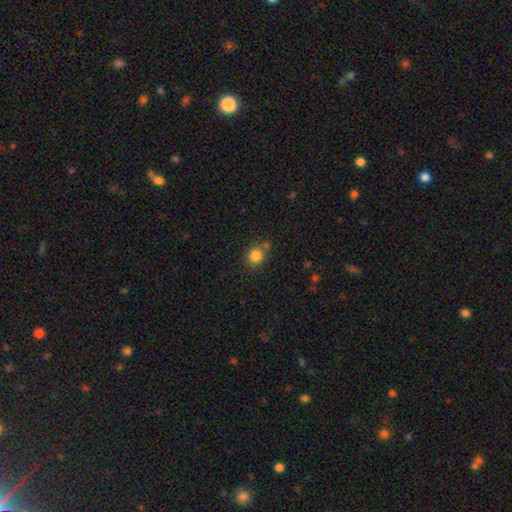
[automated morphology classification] This is clearly a smooth galaxy (83%). How rounded: clearly round (86%). Merging: likely none (75%).